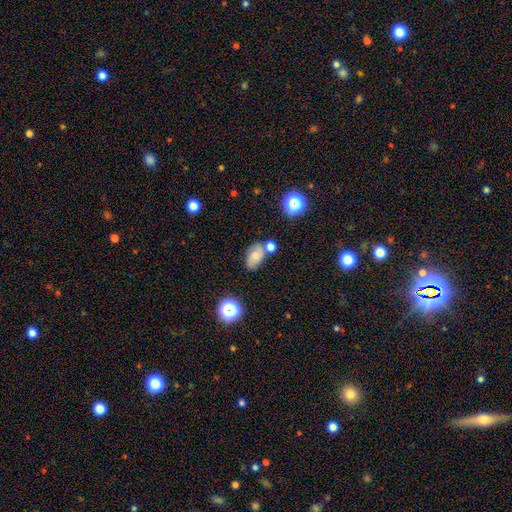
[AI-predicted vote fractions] A smooth galaxy with no disk features (62%) that is in between round and cigar-shaped (85%). Merging: none (57%).